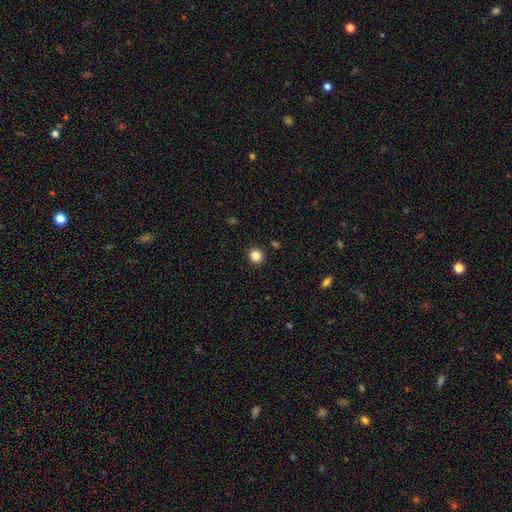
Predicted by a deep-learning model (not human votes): Smooth or featured? smooth (85%)
How rounded? round (89%)
Merging? none (91%)